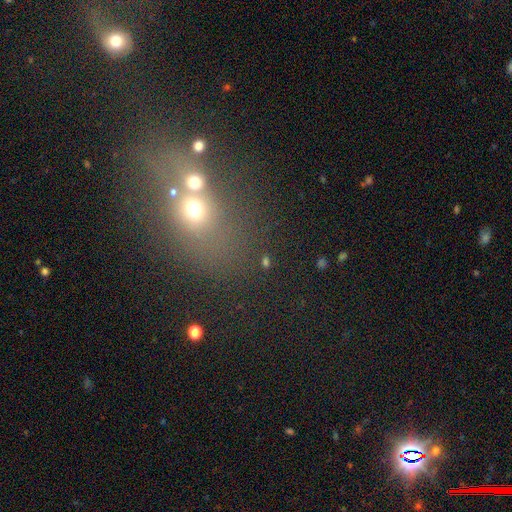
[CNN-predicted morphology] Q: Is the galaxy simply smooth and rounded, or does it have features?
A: smooth — 43%.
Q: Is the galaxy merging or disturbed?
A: none — 47%.